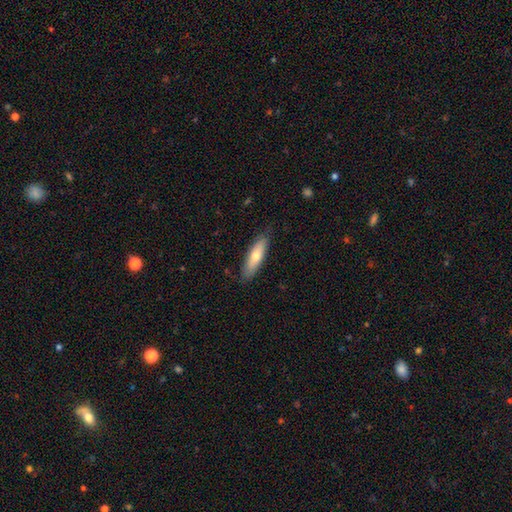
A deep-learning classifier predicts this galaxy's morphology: This is likely a smooth galaxy (65%). How rounded: likely cigar-shaped (61%). Merging: clearly none (83%).